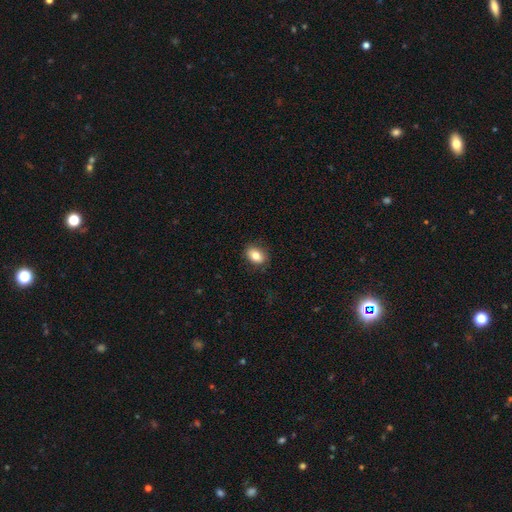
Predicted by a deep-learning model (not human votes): Smooth or featured? smooth (81%)
How rounded? in between (76%)
Merging? none (86%)